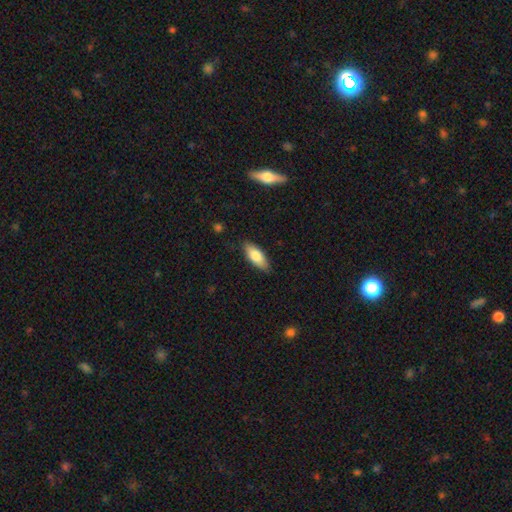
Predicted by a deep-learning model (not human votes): smooth-or-featured: smooth: 78% | featured or disk: 16% | star or artifact: 6%
  how-rounded: in between: 76% | cigar-shaped: 22% | round: 2%
  merging: none: 85% | minor disturbance: 12% | major disturbance: 2% | merger: 1%